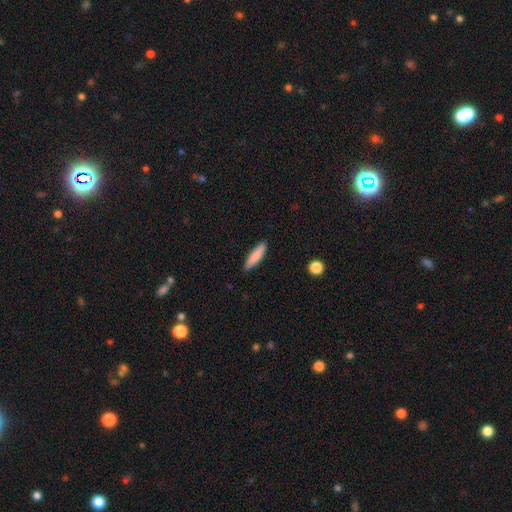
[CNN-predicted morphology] The model was most divided on "how rounded": cigar-shaped: 73%, in between: 25%, round: 1%. More confident: merging — none (88%); smooth or featured — smooth (83%).